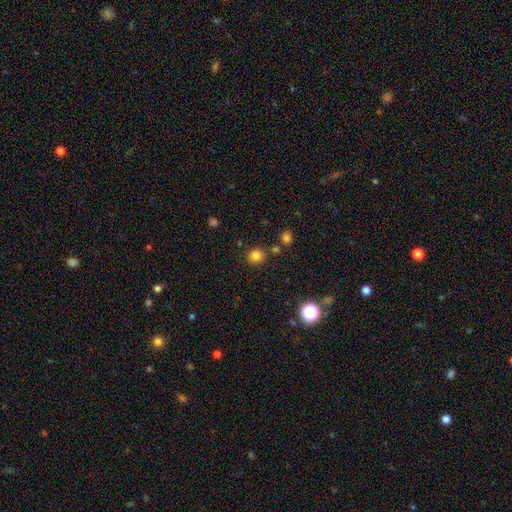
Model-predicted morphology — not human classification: Overall: smooth (82%). How rounded: round (85%). Merging: none (81%).